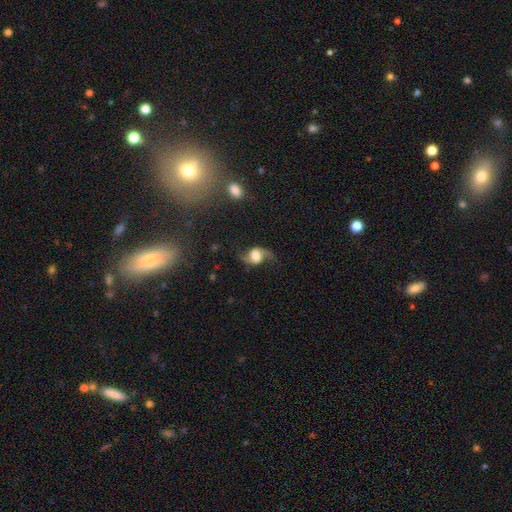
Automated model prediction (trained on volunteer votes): Q: Smooth or featured?
A: featured or disk (77%); runner-up: smooth (15%)
Q: Edge-on disk?
A: no (96%); runner-up: yes (4%)
Q: Bar?
A: no (49%); runner-up: weak (38%)
Q: Spiral arms?
A: yes (94%); runner-up: no (6%)
Q: Spiral winding?
A: loose (79%); runner-up: medium (17%)
Q: Spiral arm count?
A: 2 (92%); runner-up: 1 (3%)
Q: Bulge size?
A: large (44%); runner-up: moderate (30%)
Q: Merging?
A: none (70%); runner-up: minor disturbance (16%)